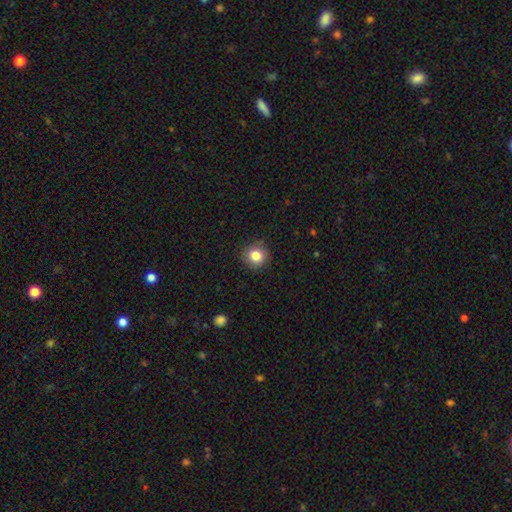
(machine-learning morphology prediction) This appears to be a smooth galaxy with no disk features (83%) that is round (91%). Merging: none (89%).